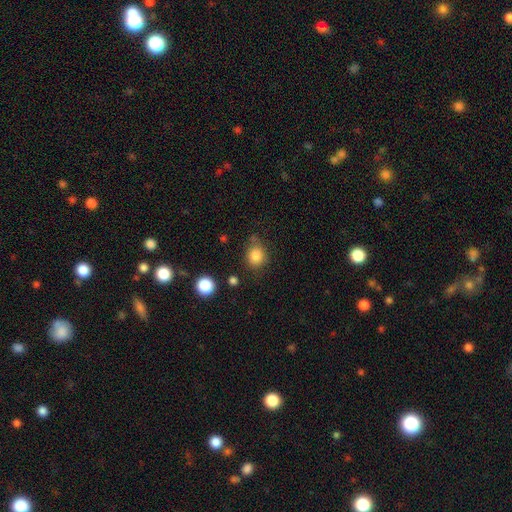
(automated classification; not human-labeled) This appears to be a smooth galaxy with no disk features (84%) that is round (74%). Merging: none (70%).